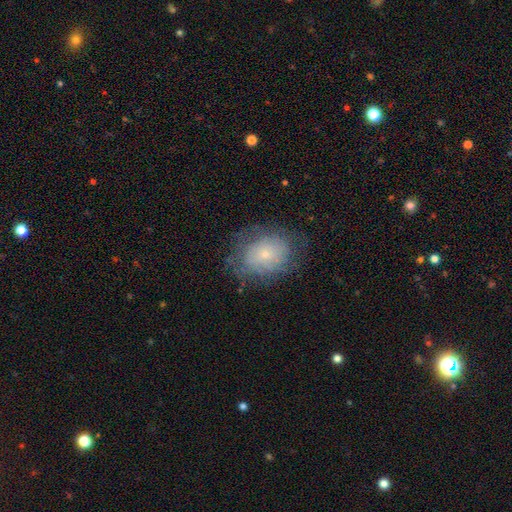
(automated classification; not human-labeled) Morphology: type=smooth (41%, tied with featured or disk); merging=none (75%).